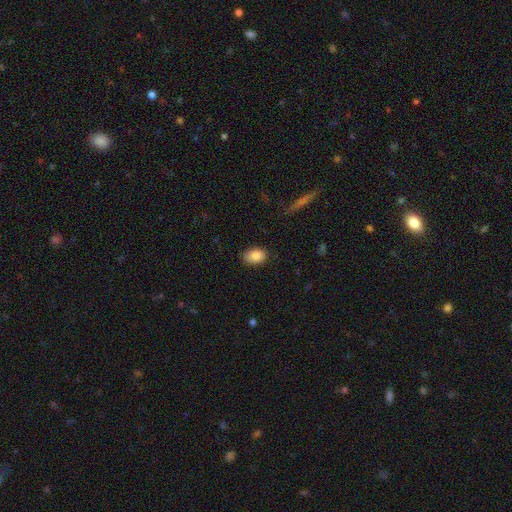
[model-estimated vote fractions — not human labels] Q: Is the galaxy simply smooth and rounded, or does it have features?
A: smooth — 87%.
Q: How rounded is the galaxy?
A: in between — 87%.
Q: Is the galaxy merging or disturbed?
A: none — 84%.